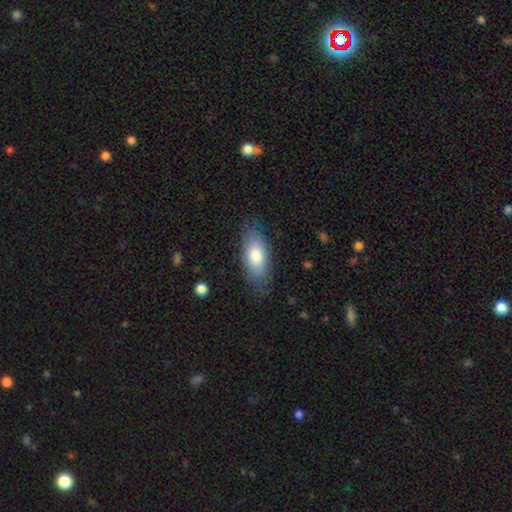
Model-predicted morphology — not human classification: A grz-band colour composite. It shows a smooth galaxy with no disk features (76%) that is in between round and cigar-shaped (87%). Merging: none (78%).